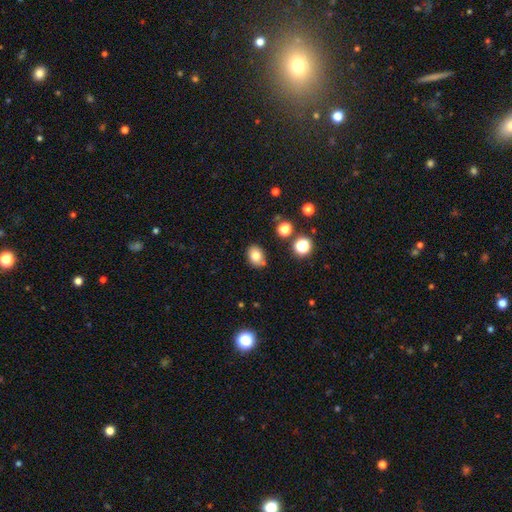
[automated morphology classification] smooth 79%, star or artifact 11%, featured or disk 10%. Down the decision tree: how rounded — in between (68%); merging — none (77%).